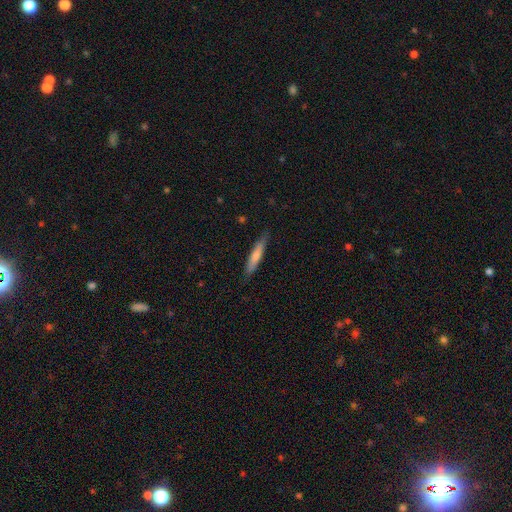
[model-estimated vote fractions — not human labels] Smooth or featured: smooth — 69% (featured or disk — 26%)
How rounded: cigar-shaped — 90% (in between — 9%)
Merging: none — 85% (minor disturbance — 12%)